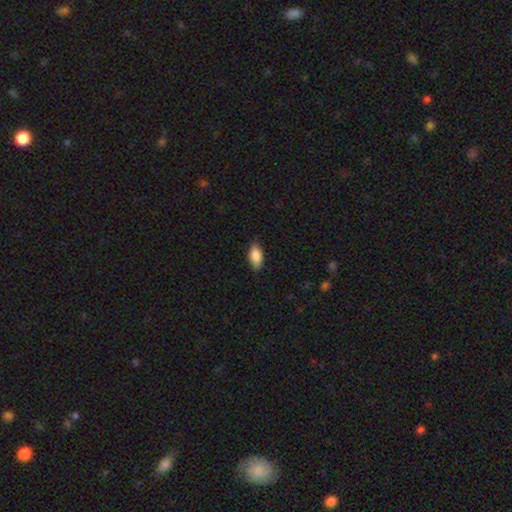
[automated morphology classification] smooth 86%, featured or disk 7%, star or artifact 7%. Down the decision tree: how rounded — in between (91%); merging — none (81%).